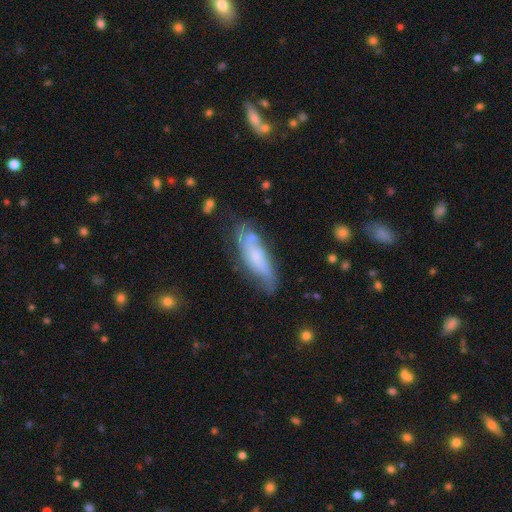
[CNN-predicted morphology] smooth 47%, featured or disk 45%, star or artifact 8%. Down the decision tree: merging — none (58%).